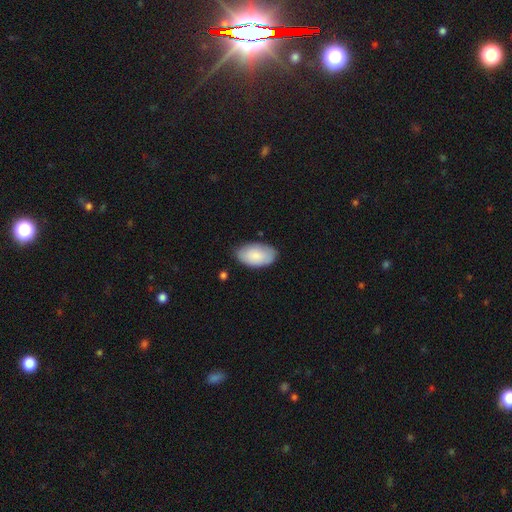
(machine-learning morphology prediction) Smooth or featured: smooth — 85% (featured or disk — 9%)
How rounded: in between — 96% (round — 3%)
Merging: none — 81% (minor disturbance — 15%)